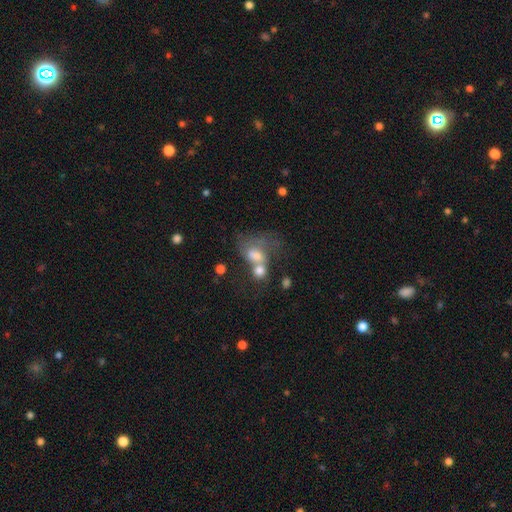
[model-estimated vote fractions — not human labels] Smooth or featured? Predicted: smooth (p=0.48). Merging? Predicted: merger (p=0.59).